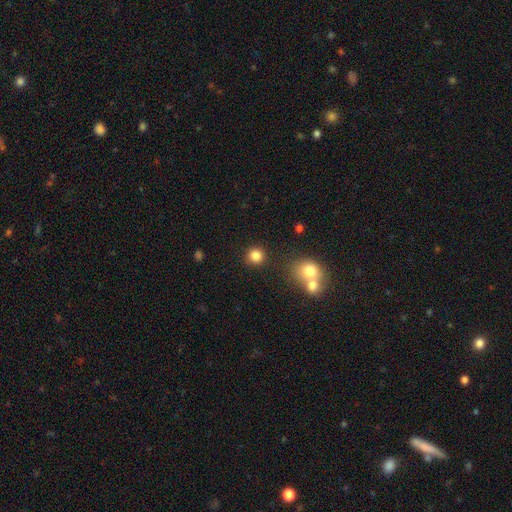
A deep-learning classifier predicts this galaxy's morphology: Q: Smooth or featured?
A: smooth (83%); runner-up: star or artifact (12%)
Q: How rounded?
A: round (90%); runner-up: in between (9%)
Q: Merging?
A: none (83%); runner-up: minor disturbance (7%)